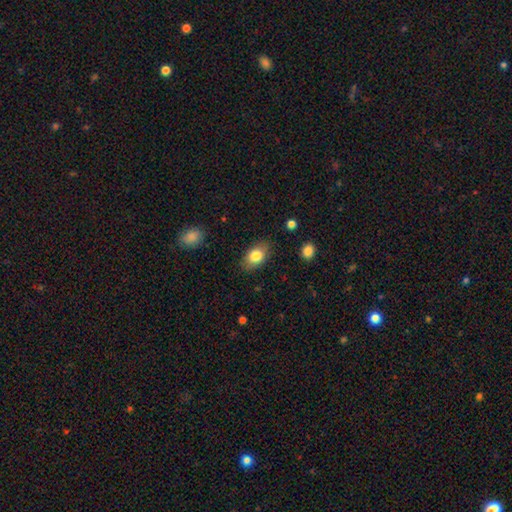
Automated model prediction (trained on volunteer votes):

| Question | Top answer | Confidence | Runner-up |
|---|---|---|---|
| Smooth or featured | smooth | 82% | featured or disk (11%) |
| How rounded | in between | 86% | round (12%) |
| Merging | none | 83% | minor disturbance (12%) |